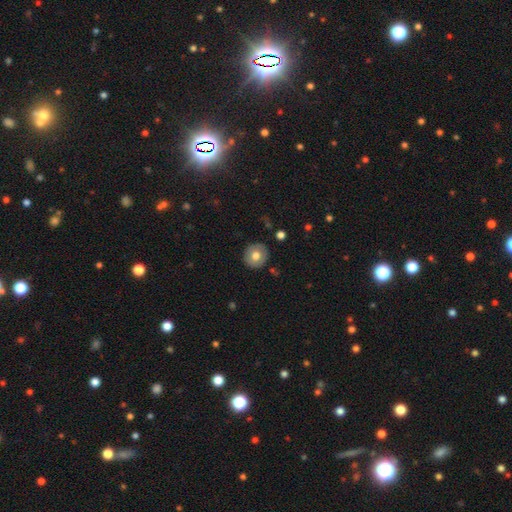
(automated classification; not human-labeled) This is likely a smooth galaxy (66%). How rounded: clearly round (90%). Merging: clearly none (88%).